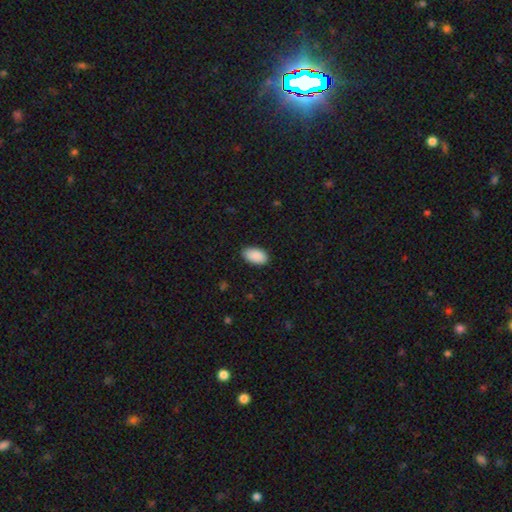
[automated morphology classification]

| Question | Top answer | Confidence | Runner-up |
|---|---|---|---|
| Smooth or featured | smooth | 91% | star or artifact (6%) |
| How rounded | in between | 95% | round (3%) |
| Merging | none | 86% | minor disturbance (11%) |